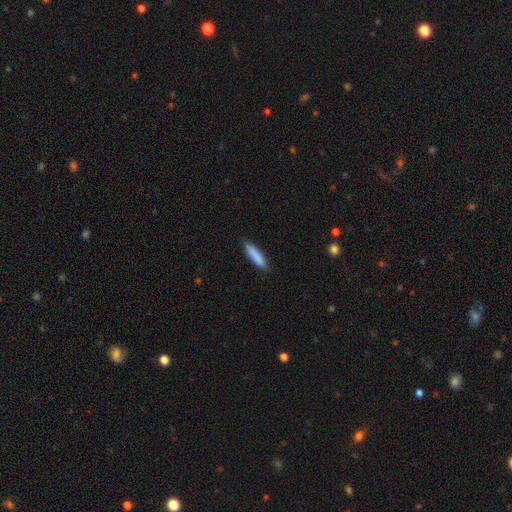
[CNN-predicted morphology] A smooth galaxy with no disk features (87%) that is cigar-shaped (77%).

Vote fractions:
- Smooth or featured? smooth: 87% / featured or disk: 7% / star or artifact: 6%
- How rounded? cigar-shaped: 77% / in between: 22% / round: 1%
- Merging? none: 86% / minor disturbance: 11% / major disturbance: 2% / merger: 1%